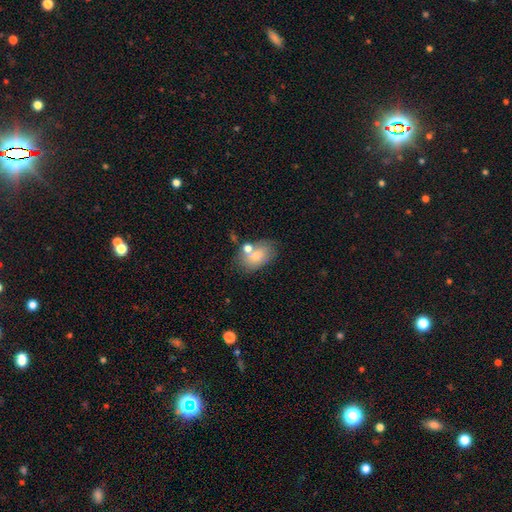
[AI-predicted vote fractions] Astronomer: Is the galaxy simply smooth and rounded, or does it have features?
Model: smooth — 73%.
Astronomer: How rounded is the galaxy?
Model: in between — 85%.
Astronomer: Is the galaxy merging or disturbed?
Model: none — 56%.